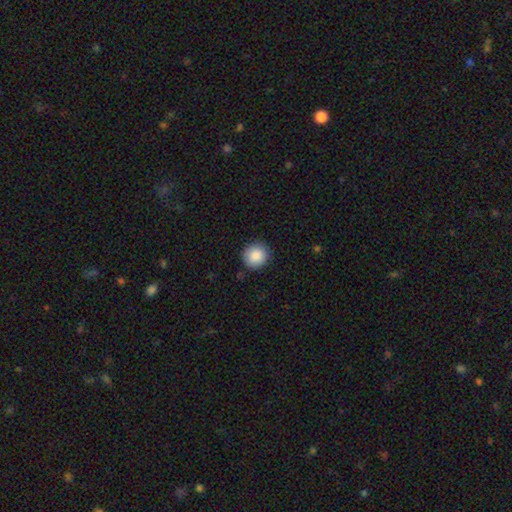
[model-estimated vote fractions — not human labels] Q: Smooth or featured?
A: smooth (88%); runner-up: star or artifact (8%)
Q: How rounded?
A: round (93%); runner-up: in between (7%)
Q: Merging?
A: none (88%); runner-up: minor disturbance (9%)